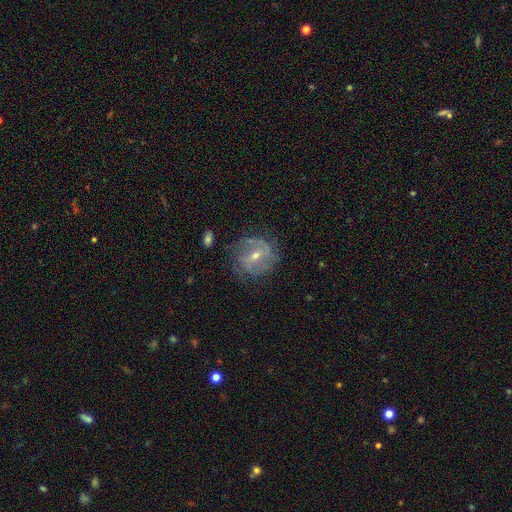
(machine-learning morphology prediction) smooth_or_featured: featured or disk (p=0.77) [alt: smooth p=0.15]
disk_edge_on: no (p=0.96) [alt: yes p=0.04]
bar: weak (p=0.48) [alt: no p=0.28]
has_spiral_arms: yes (p=0.86) [alt: no p=0.14]
spiral_winding: tight (p=0.42) [alt: medium p=0.39]
spiral_arm_count: 2 (p=0.45) [alt: can't tell p=0.28]
bulge_size: moderate (p=0.49) [alt: small p=0.48]
merging: none (p=0.71) [alt: minor disturbance p=0.18]